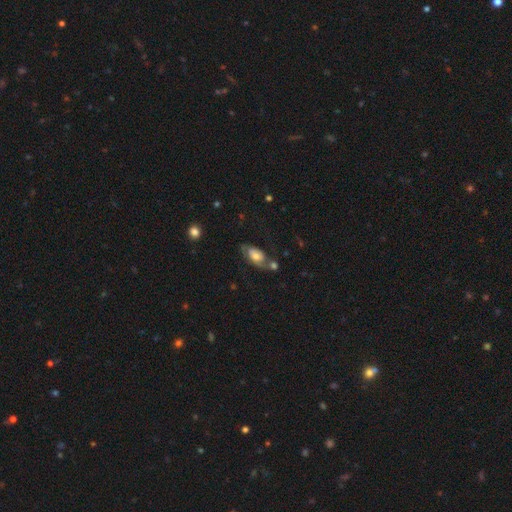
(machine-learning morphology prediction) Smooth or featured? Predicted: smooth (p=0.49). Merging? Predicted: none (p=0.44).